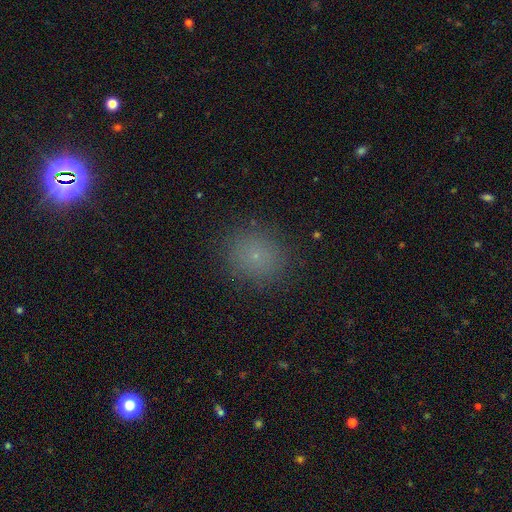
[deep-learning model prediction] smooth-or-featured: smooth: 72% | star or artifact: 20% | featured or disk: 8%
  how-rounded: round: 79% | in between: 20% | cigar-shaped: 1%
  merging: none: 88% | minor disturbance: 8% | major disturbance: 3% | merger: 1%